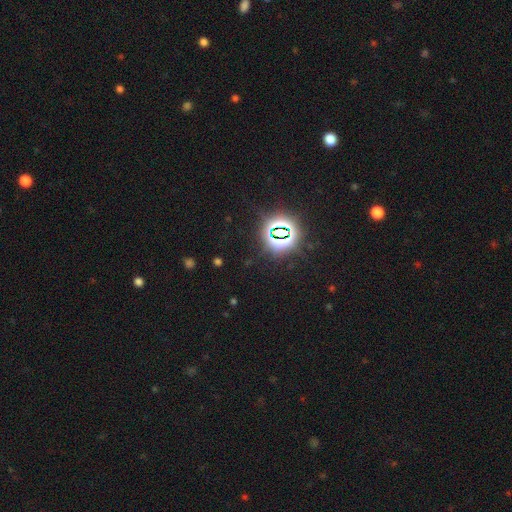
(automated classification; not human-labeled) star or artifact 82%, smooth 11%, featured or disk 7%.